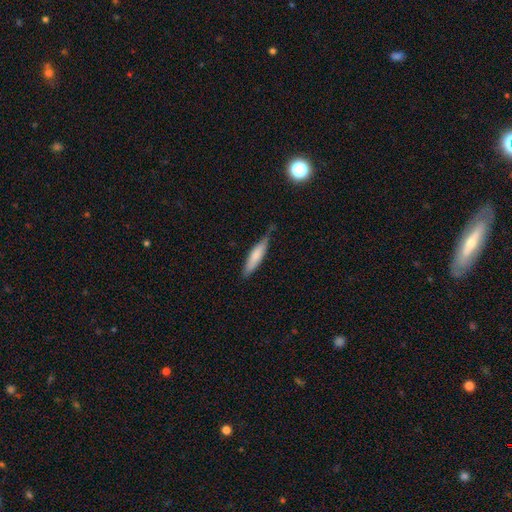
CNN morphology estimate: Smooth or featured? smooth (74%)
How rounded? cigar-shaped (77%)
Merging? none (65%)